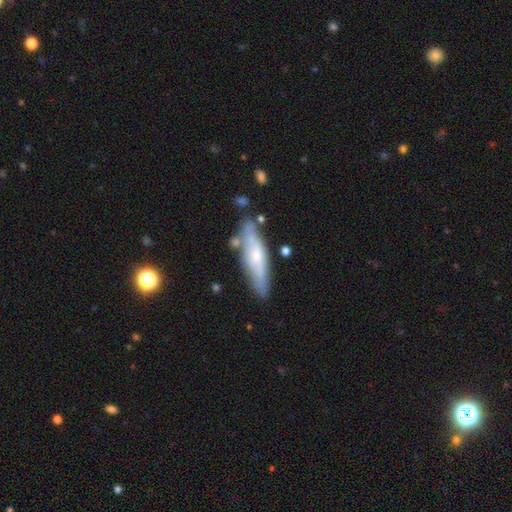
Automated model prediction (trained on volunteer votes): Smooth or featured: featured or disk — 48% (smooth — 46%)
Merging: none — 72% (minor disturbance — 18%)